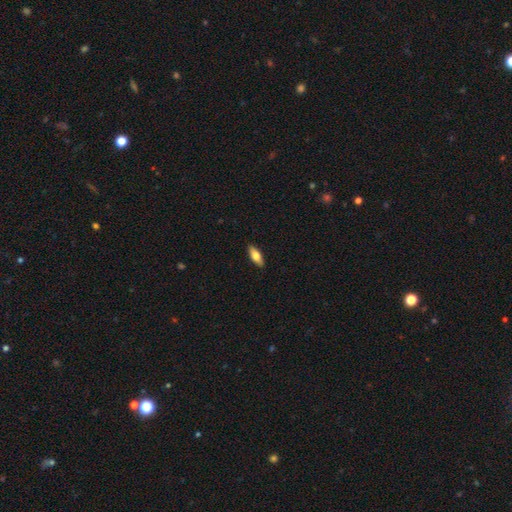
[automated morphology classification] Overall: smooth (71%). How rounded: in between (71%). Merging: none (89%).